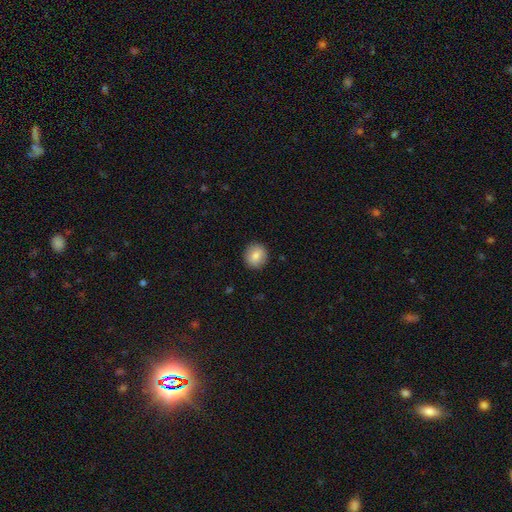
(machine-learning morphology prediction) smooth_or_featured: smooth (p=0.83) [alt: featured or disk p=0.09]
how_rounded: round (p=0.89) [alt: in between p=0.10]
merging: none (p=0.90) [alt: minor disturbance p=0.07]